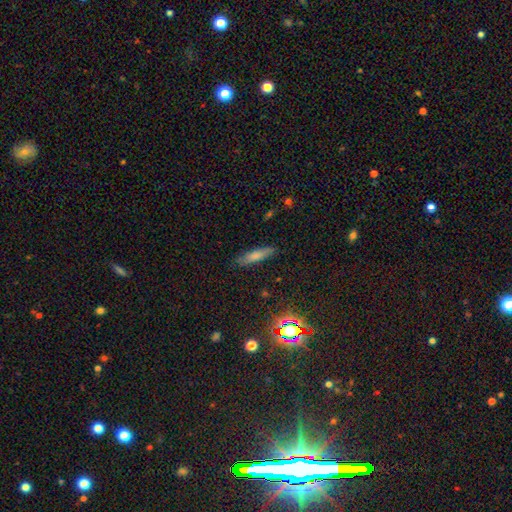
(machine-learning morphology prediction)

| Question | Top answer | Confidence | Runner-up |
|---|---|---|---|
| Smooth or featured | smooth | 70% | featured or disk (18%) |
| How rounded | cigar-shaped | 78% | in between (20%) |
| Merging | none | 85% | minor disturbance (11%) |